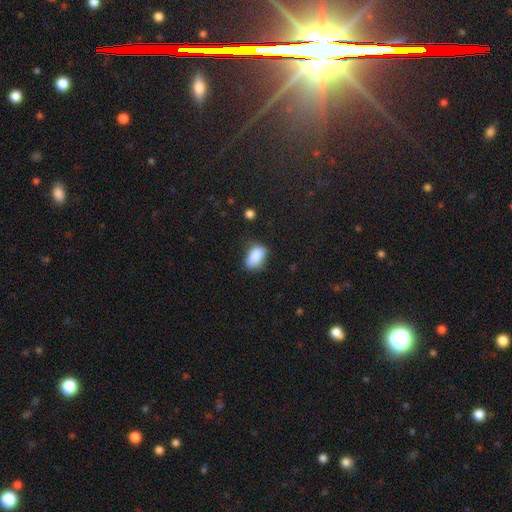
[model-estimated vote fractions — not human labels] Smooth or featured? Predicted: smooth (p=0.85). How rounded? Predicted: in between (p=0.89). Merging? Predicted: none (p=0.55).